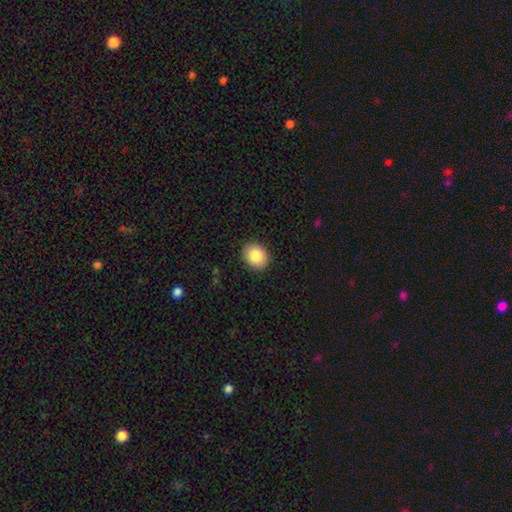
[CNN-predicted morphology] smooth-or-featured: smooth: 85% | star or artifact: 8% | featured or disk: 7%
  how-rounded: round: 53% | in between: 46% | cigar-shaped: 1%
  merging: none: 89% | minor disturbance: 8% | major disturbance: 2% | merger: 1%